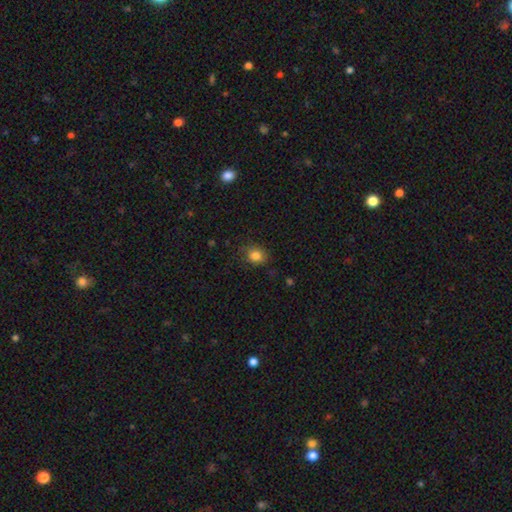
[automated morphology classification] Smooth or featured? smooth (83%)
How rounded? round (68%)
Merging? none (80%)